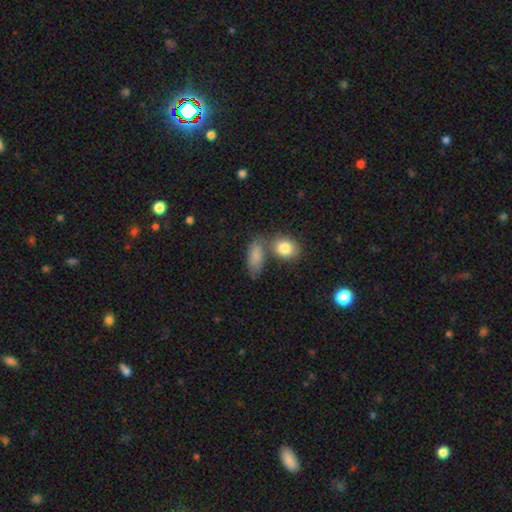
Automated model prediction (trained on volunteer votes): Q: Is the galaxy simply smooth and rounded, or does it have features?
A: smooth — 81%.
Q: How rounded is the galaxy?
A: in between — 84%.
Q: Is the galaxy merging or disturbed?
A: none — 51%.